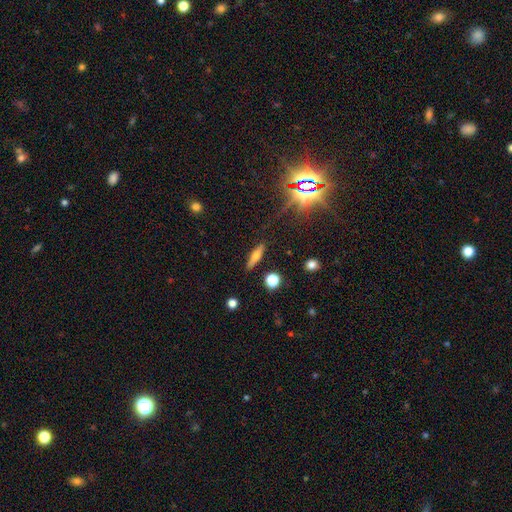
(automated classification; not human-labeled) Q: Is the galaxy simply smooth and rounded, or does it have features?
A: smooth — 49%.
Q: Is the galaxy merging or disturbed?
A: none — 86%.